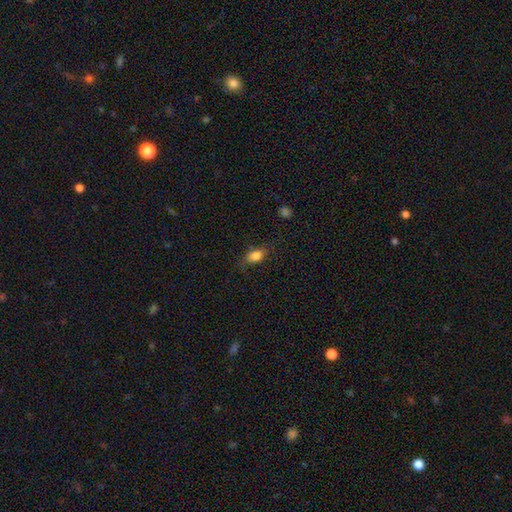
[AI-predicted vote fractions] This appears to be a smooth galaxy with no disk features (82%) that is in between round and cigar-shaped (79%). Merging: none (73%).